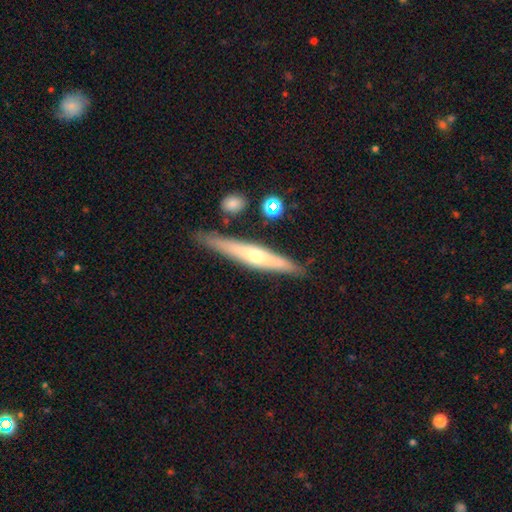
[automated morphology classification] Smooth or featured?
  - featured or disk: 60% *
  - smooth: 33%
  - star or artifact: 6%
Edge-on disk?
  - yes: 93% *
  - no: 7%
Edge-on bulge?
  - rounded: 78% *
  - none: 17%
  - boxy: 5%
Merging?
  - none: 83% *
  - minor disturbance: 11%
  - merger: 4%
  - major disturbance: 2%